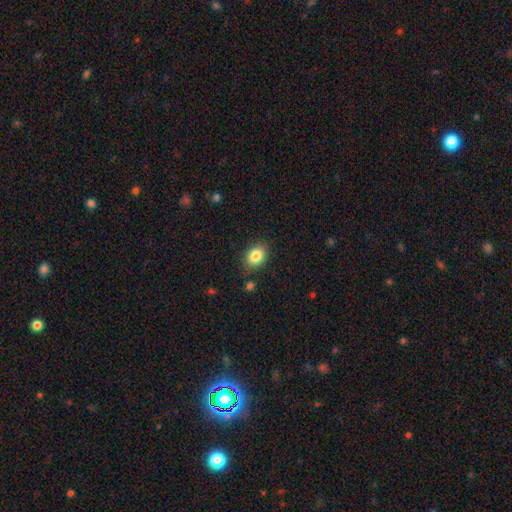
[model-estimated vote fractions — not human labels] Q: Smooth or featured?
A: smooth (85%); runner-up: star or artifact (9%)
Q: How rounded?
A: in between (69%); runner-up: round (30%)
Q: Merging?
A: none (83%); runner-up: minor disturbance (11%)